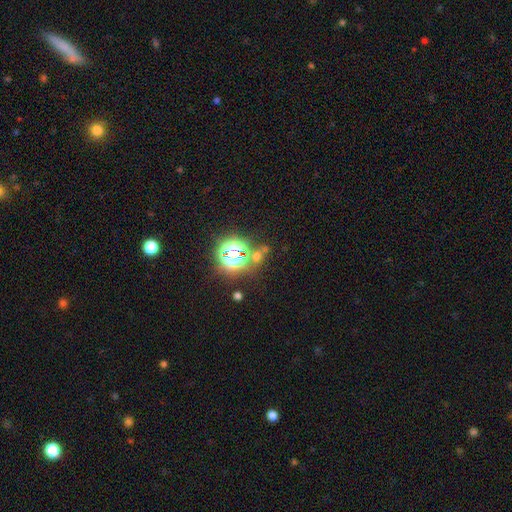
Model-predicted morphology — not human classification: Smooth or featured? Predicted: star or artifact (p=0.73).